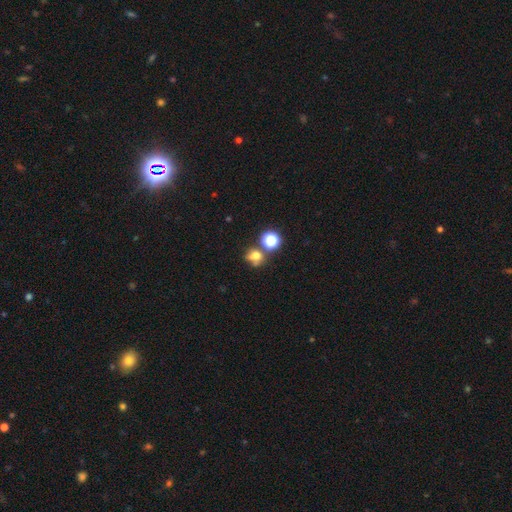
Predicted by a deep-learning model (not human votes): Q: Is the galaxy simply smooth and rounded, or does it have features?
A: smooth — 61%.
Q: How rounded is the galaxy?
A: round — 69%.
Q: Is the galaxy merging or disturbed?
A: none — 49%.